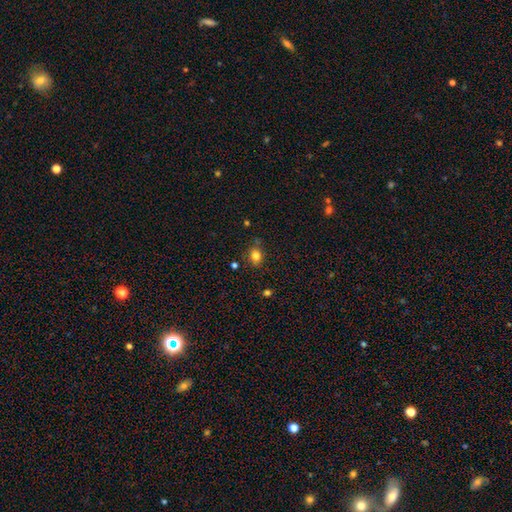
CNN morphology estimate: Smooth or featured?
  - smooth: 79% *
  - star or artifact: 13%
  - featured or disk: 9%
How rounded?
  - in between: 58% *
  - round: 40%
  - cigar-shaped: 2%
Merging?
  - none: 70% *
  - minor disturbance: 21%
  - major disturbance: 5%
  - merger: 3%